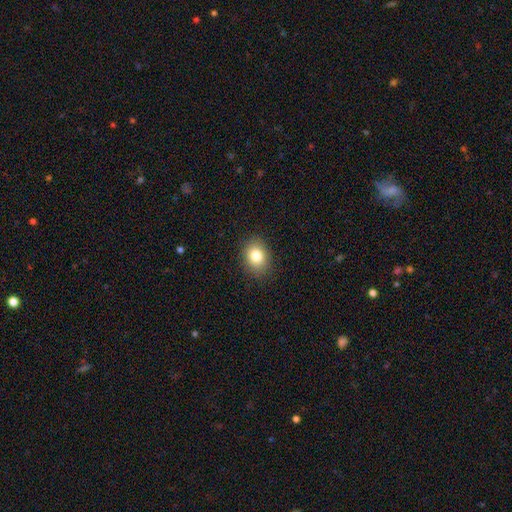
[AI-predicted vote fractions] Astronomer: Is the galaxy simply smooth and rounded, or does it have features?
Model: smooth — 81%.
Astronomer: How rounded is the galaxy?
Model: in between — 54% (runner-up: round, 45%).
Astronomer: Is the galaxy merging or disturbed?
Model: none — 87%.